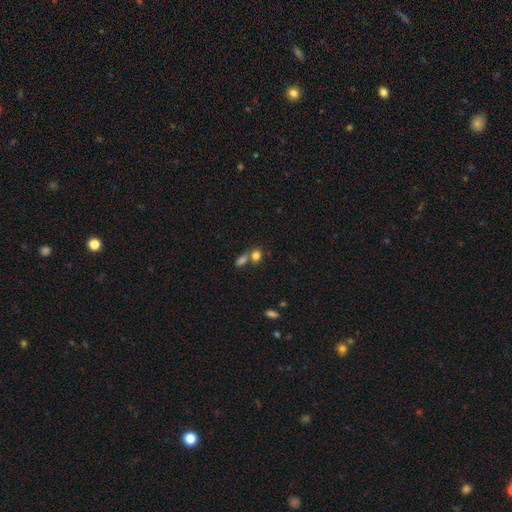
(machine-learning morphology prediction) smooth-or-featured: smooth: 80% | star or artifact: 12% | featured or disk: 8%
  how-rounded: in between: 51% | round: 46% | cigar-shaped: 3%
  merging: none: 44% | merger: 43% | minor disturbance: 9% | major disturbance: 4%